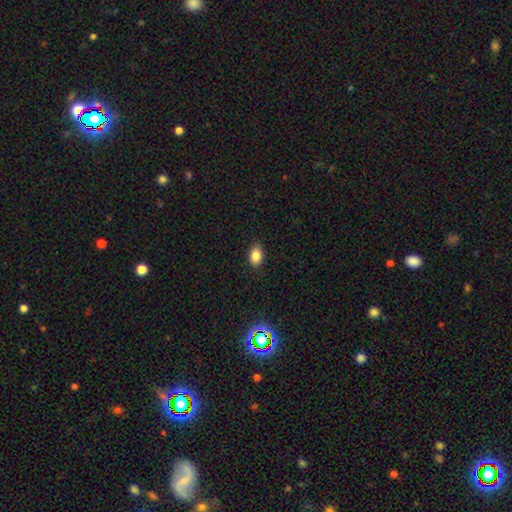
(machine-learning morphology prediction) Overall: smooth (85%). How rounded: in between (82%). Merging: none (88%).